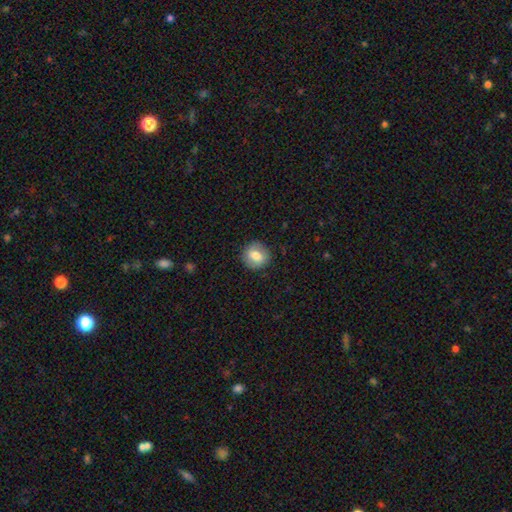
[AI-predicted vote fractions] Smooth or featured? smooth (72%)
How rounded? round (84%)
Merging? none (87%)